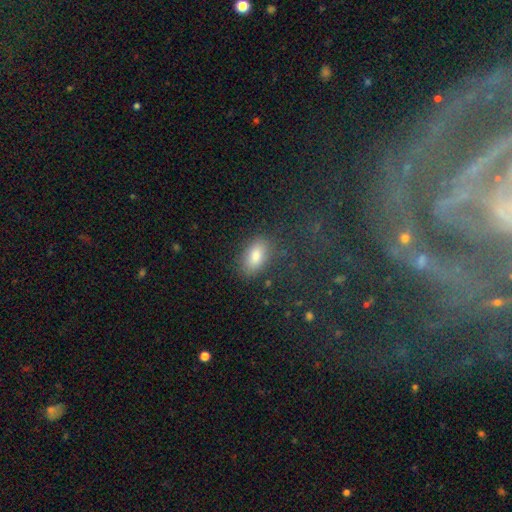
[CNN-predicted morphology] This appears to be a smooth galaxy with no disk features (81%) that is in between round and cigar-shaped (89%). Merging: none (82%).